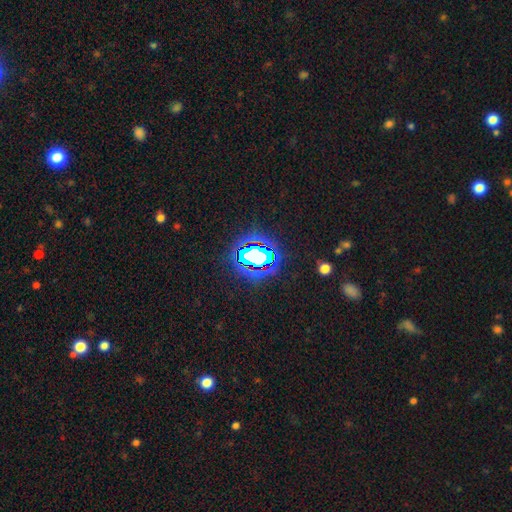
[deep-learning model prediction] star or artifact 58%, smooth 26%, featured or disk 15%.